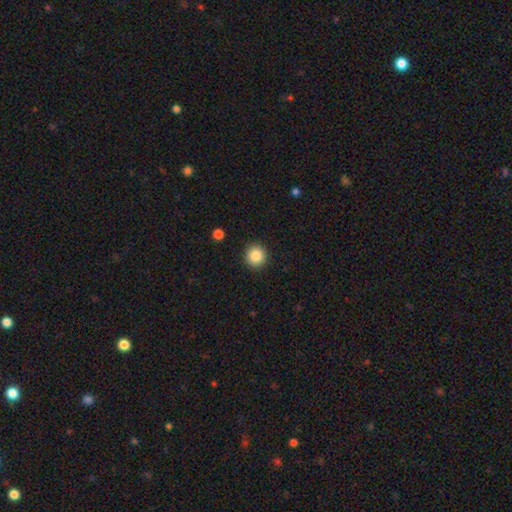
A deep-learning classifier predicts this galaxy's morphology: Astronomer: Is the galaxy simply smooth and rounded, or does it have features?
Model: smooth — 87%.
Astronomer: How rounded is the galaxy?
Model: round — 93%.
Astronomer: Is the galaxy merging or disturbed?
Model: none — 92%.